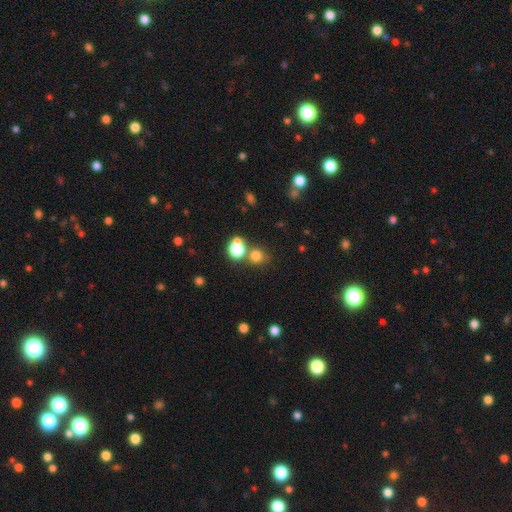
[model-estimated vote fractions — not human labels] Smooth or featured? Predicted: smooth (p=0.73). How rounded? Predicted: round (p=0.87). Merging? Predicted: none (p=0.64).